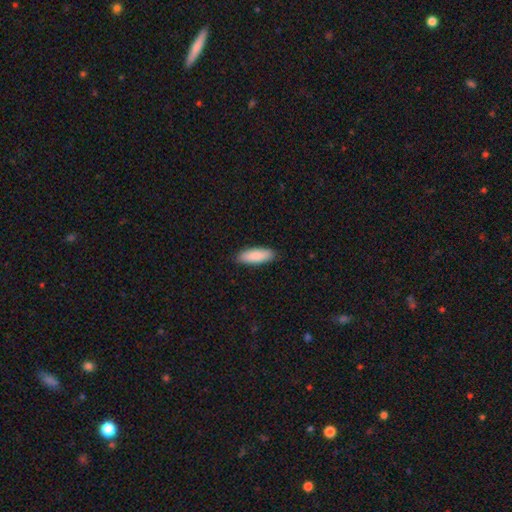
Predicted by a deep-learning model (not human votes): This is clearly a smooth galaxy (89%). How rounded: likely in between (63%). Merging: clearly none (89%).